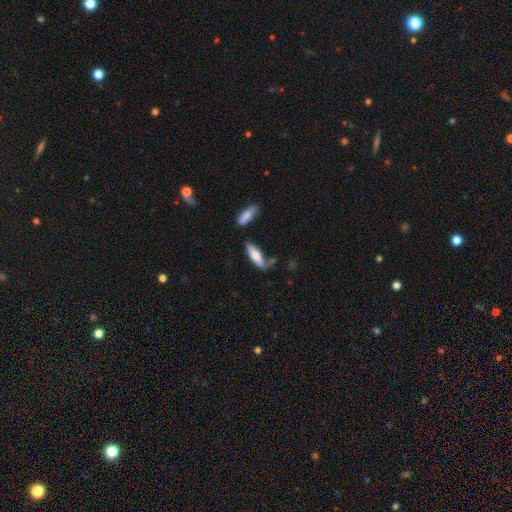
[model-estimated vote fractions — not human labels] The model was most divided on "how rounded": cigar-shaped: 55%, in between: 43%, round: 2%. More confident: smooth or featured — smooth (69%); merging — none (63%).